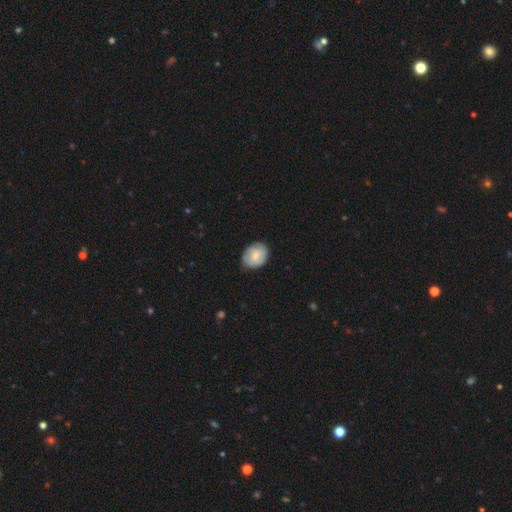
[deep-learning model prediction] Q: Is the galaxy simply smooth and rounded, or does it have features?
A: smooth — 64%.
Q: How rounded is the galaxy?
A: in between — 52%.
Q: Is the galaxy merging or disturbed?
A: none — 81%.